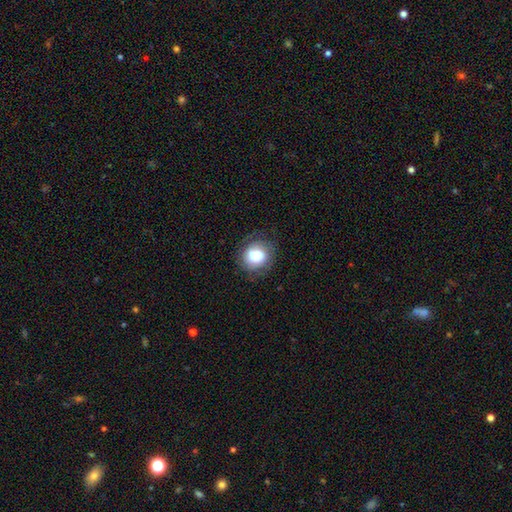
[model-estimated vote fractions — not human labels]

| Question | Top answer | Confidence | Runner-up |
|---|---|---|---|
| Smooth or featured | smooth | 75% | featured or disk (16%) |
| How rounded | round | 77% | in between (22%) |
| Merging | none | 76% | minor disturbance (17%) |